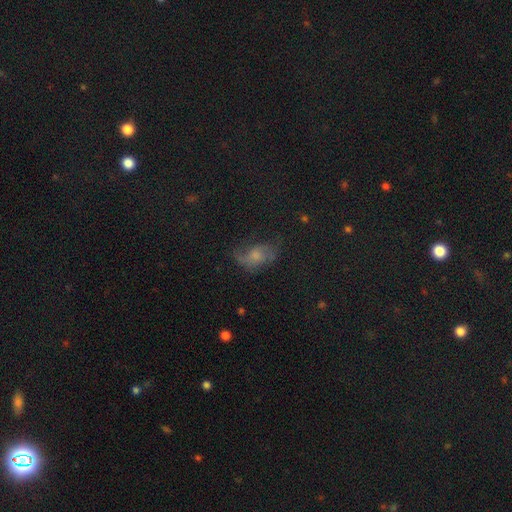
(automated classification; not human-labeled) smooth-or-featured: smooth: 43% | featured or disk: 40% | star or artifact: 18%
  merging: none: 43% | major disturbance: 27% | minor disturbance: 27% | merger: 3%